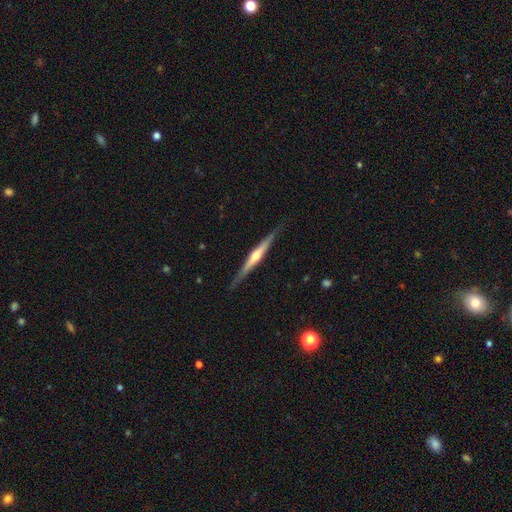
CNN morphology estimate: This appears to be a featured or disk galaxy (74%) viewed edge-on (98%) with a rounded central bulge (85%). Merging: none (86%).